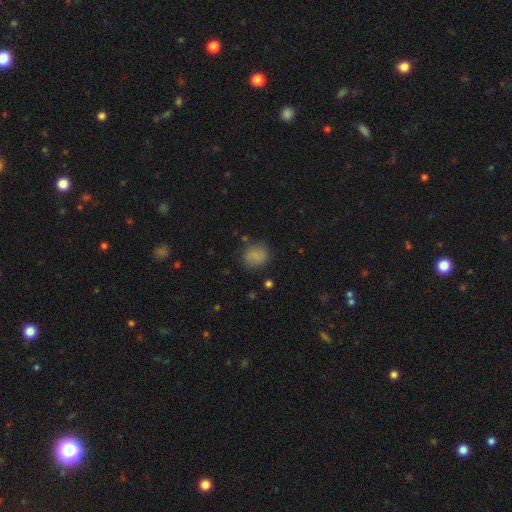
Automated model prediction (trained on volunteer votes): smooth_or_featured: smooth (p=0.74) [alt: featured or disk p=0.16]
how_rounded: round (p=0.78) [alt: in between p=0.21]
merging: none (p=0.77) [alt: minor disturbance p=0.15]